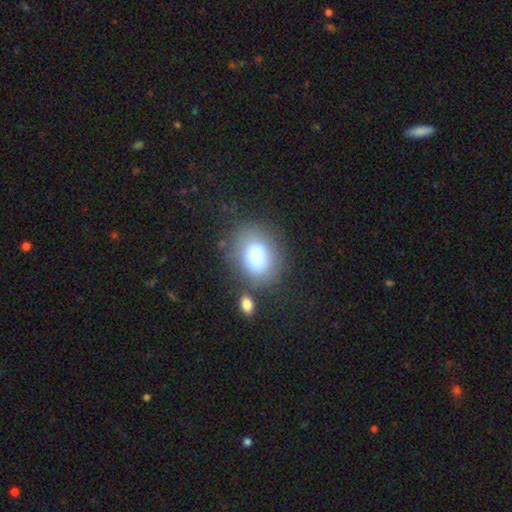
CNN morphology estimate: A smooth galaxy with no disk features (78%) that is in between round and cigar-shaped (57%).

Vote fractions:
- Smooth or featured? smooth: 78% / featured or disk: 13% / star or artifact: 9%
- How rounded? in between: 57% / round: 42% / cigar-shaped: 1%
- Merging? none: 69% / minor disturbance: 15% / merger: 9% / major disturbance: 6%